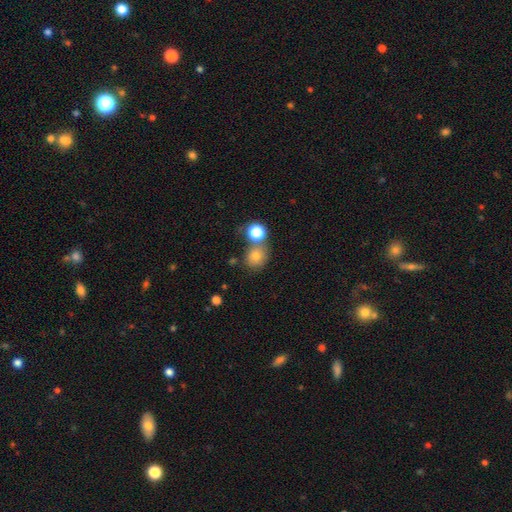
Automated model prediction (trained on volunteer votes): Smooth or featured?
  - smooth: 76% *
  - star or artifact: 14%
  - featured or disk: 10%
How rounded?
  - round: 78% *
  - in between: 21%
  - cigar-shaped: 1%
Merging?
  - none: 58% *
  - merger: 26%
  - minor disturbance: 12%
  - major disturbance: 5%